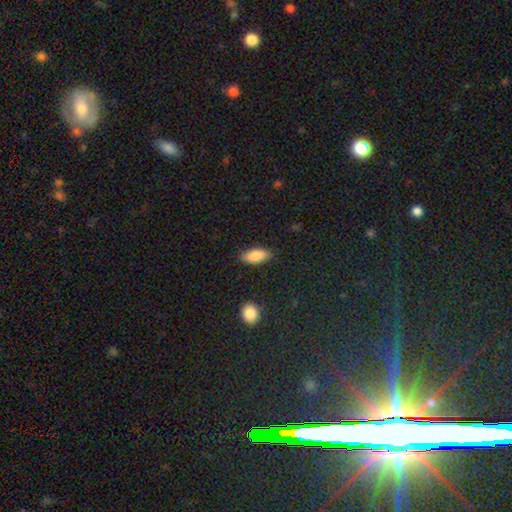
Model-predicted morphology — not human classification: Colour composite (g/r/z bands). It shows a smooth galaxy with no disk features (86%) that is in between round and cigar-shaped (83%). Merging: none (85%).